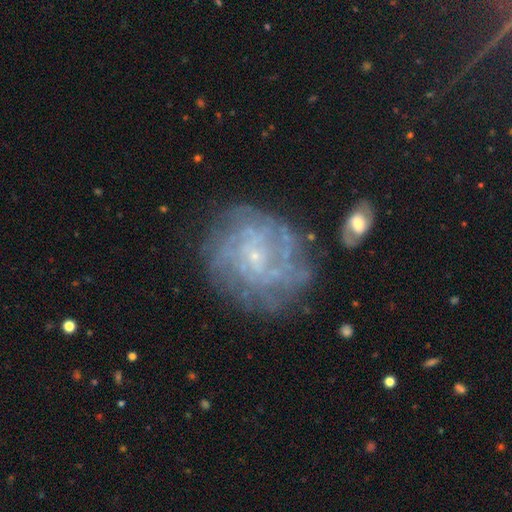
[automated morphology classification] Overall: featured or disk (78%). Edge-on disk: no (97%). Bar: no (72%). Spiral arms: yes (83%). Spiral arm count: can't tell (47%; 4 15%). Spiral winding: tight (67%). Bulge size: small (85%). Merging: none (69%).